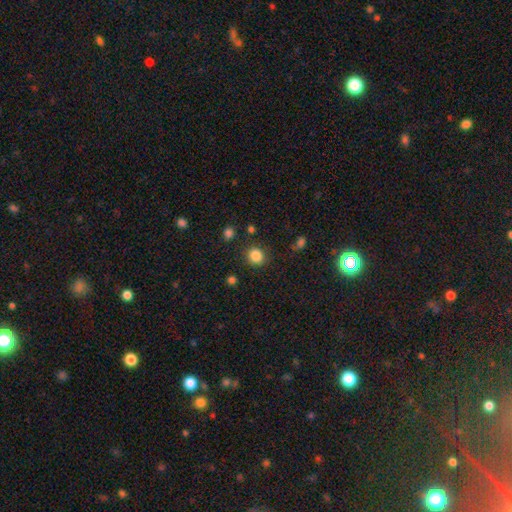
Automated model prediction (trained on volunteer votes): Smooth or featured? smooth (85%)
How rounded? round (83%)
Merging? none (87%)